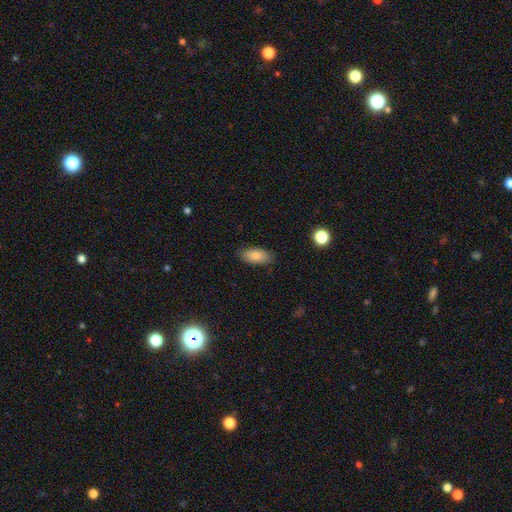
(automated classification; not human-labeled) A smooth galaxy with no disk features (84%) that is in between round and cigar-shaped (89%). Merging: none (85%).